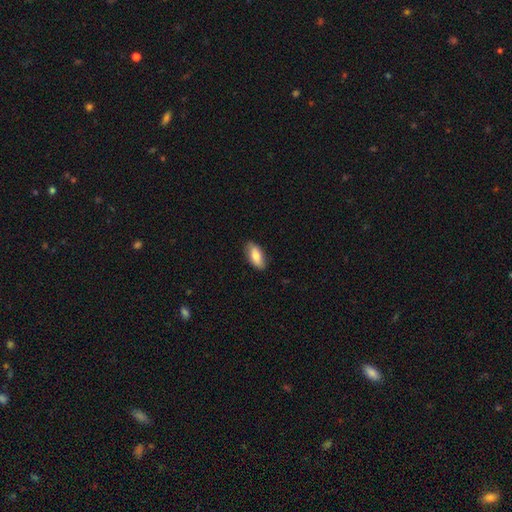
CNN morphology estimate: This appears to be a smooth galaxy with no disk features (78%) that is in between round and cigar-shaped (88%). Merging: none (85%).